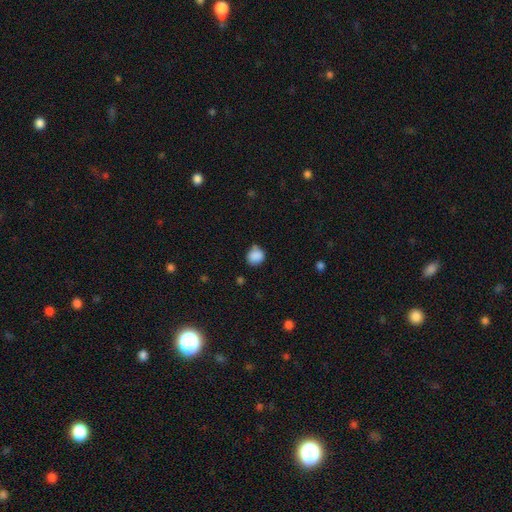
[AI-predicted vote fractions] A smooth galaxy with no disk features (86%) that is round (79%). Merging: none (66%).